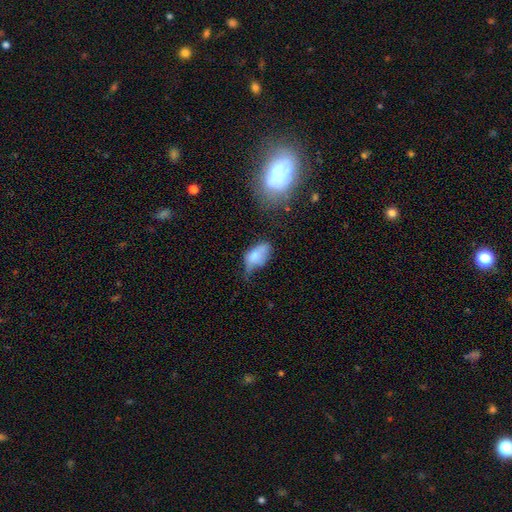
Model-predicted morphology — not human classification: Smooth or featured? smooth (67%)
How rounded? in between (89%)
Merging? minor disturbance (37%)